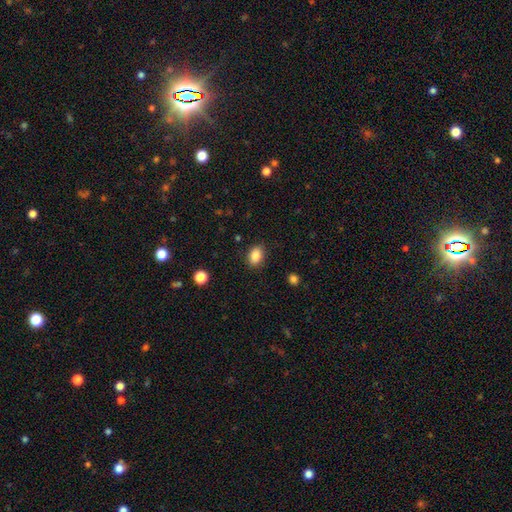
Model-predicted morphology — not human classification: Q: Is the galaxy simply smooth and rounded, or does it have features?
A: smooth — 86%.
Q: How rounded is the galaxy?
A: in between — 79%.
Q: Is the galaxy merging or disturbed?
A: none — 86%.